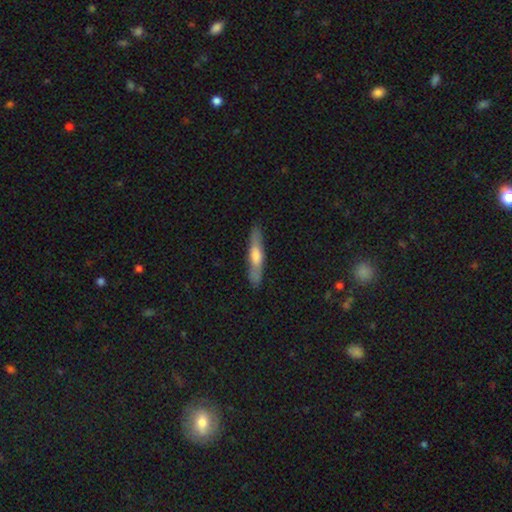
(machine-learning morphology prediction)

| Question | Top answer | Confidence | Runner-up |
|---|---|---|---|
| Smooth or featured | featured or disk | 49% | smooth (45%) |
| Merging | none | 87% | minor disturbance (10%) |